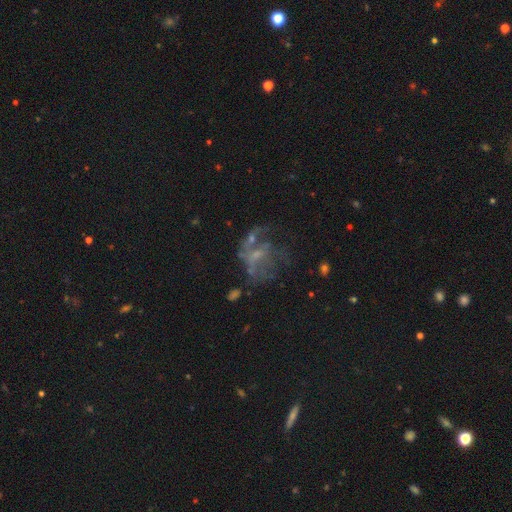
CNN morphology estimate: This is likely a featured or disk galaxy (61%). It is clearly not viewed edge-on (98%). Bar: likely no (68%). Spiral arm pattern: likely no (62%). Central bulge: possibly small (46%). Merging: marginally major disturbance (42%).